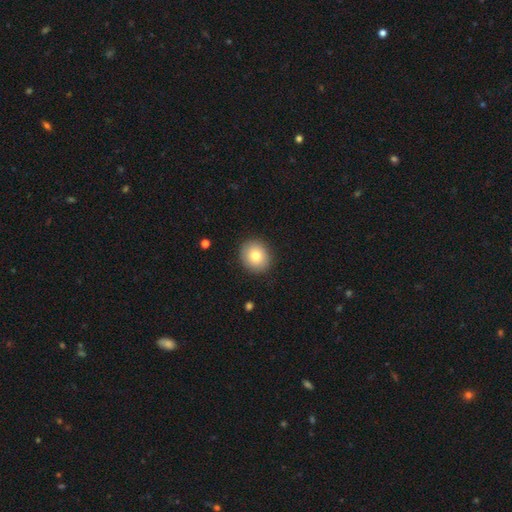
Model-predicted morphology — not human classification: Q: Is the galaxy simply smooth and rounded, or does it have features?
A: smooth — 79%.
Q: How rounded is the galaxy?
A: round — 80%.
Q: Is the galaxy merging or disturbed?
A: none — 89%.